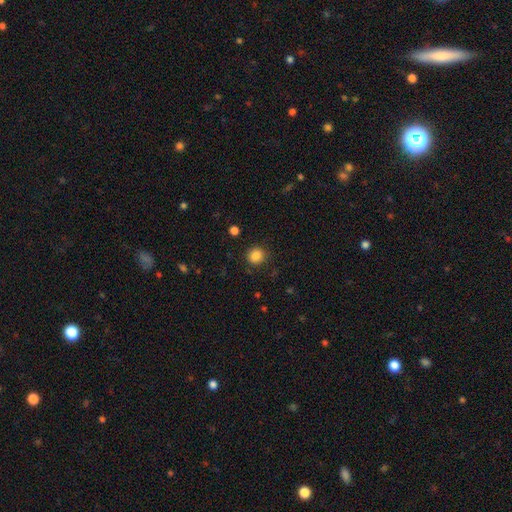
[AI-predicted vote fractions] This appears to be a smooth galaxy with no disk features (86%) that is round (83%). Merging: none (86%).